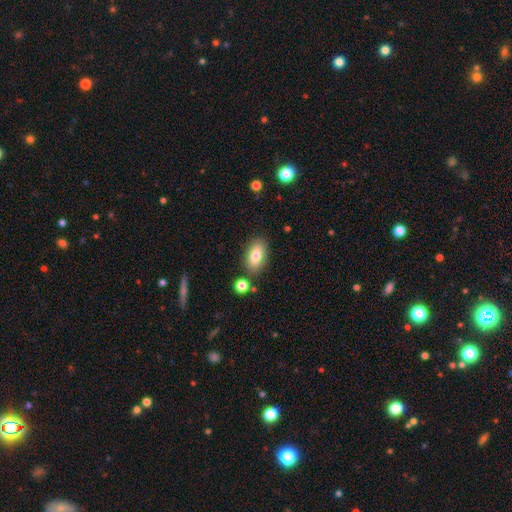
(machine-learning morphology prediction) Smooth or featured: smooth — 79% (featured or disk — 14%)
How rounded: in between — 90% (round — 6%)
Merging: none — 82% (minor disturbance — 11%)